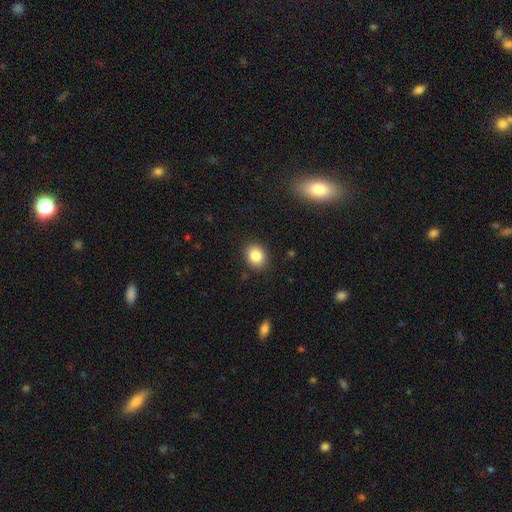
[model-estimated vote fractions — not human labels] A smooth galaxy with no disk features (84%) that is round (54%). Merging: none (88%).